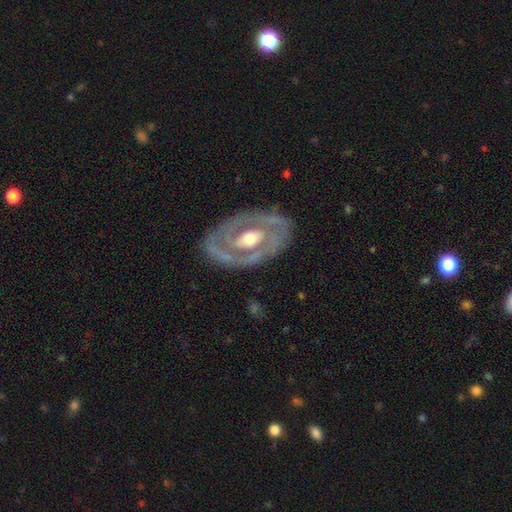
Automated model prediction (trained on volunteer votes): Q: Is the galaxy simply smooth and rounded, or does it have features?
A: featured or disk — 84%.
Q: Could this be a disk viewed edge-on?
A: no — 93%.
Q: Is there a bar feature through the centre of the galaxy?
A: no — 48%.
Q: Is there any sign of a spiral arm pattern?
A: yes — 73%.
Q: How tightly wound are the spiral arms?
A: tight — 57%.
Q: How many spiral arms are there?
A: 2 — 62%.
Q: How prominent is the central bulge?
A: moderate — 72%.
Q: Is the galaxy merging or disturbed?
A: none — 80%.